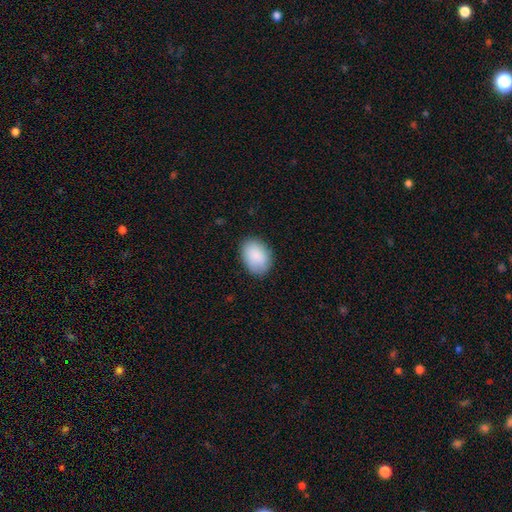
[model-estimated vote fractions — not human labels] Smooth or featured? smooth (89%)
How rounded? in between (78%)
Merging? none (84%)